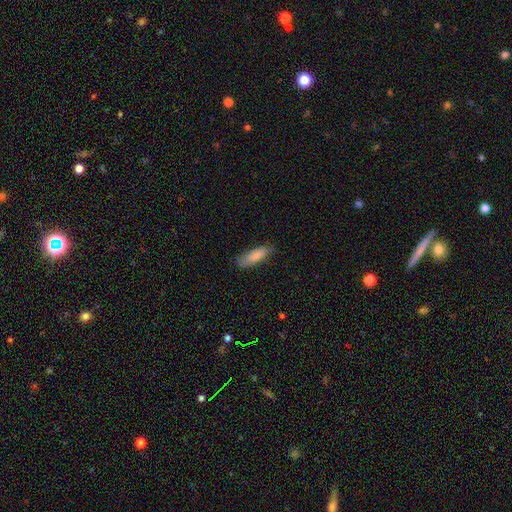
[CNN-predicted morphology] Smooth or featured? smooth (83%)
How rounded? cigar-shaped (50%)
Merging? none (78%)